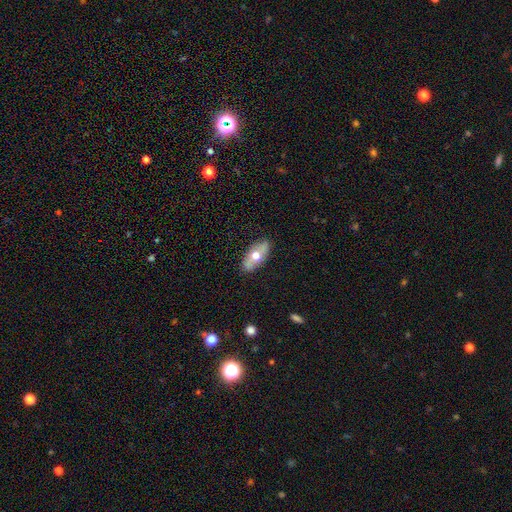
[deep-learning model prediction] Smooth or featured?
  - smooth: 53% *
  - featured or disk: 41%
  - star or artifact: 6%
How rounded?
  - in between: 84% *
  - cigar-shaped: 11%
  - round: 5%
Merging?
  - none: 85% *
  - minor disturbance: 12%
  - major disturbance: 2%
  - merger: 1%